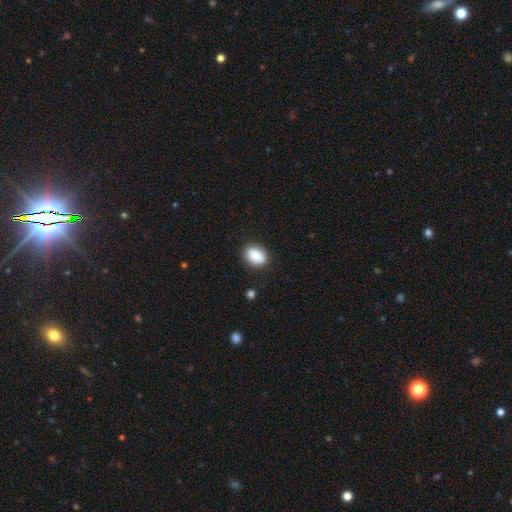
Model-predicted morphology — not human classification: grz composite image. It shows a smooth galaxy with no disk features (86%) that is in between round and cigar-shaped (74%). Merging: none (84%).